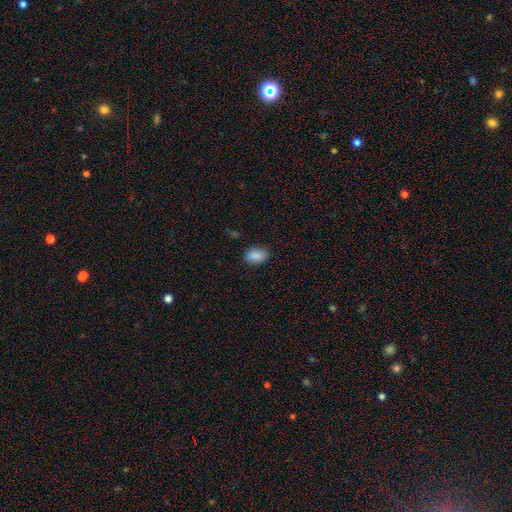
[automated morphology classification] The model was most divided on "how rounded": in between: 83%, round: 15%, cigar-shaped: 1%. More confident: smooth or featured — smooth (88%); merging — none (82%).